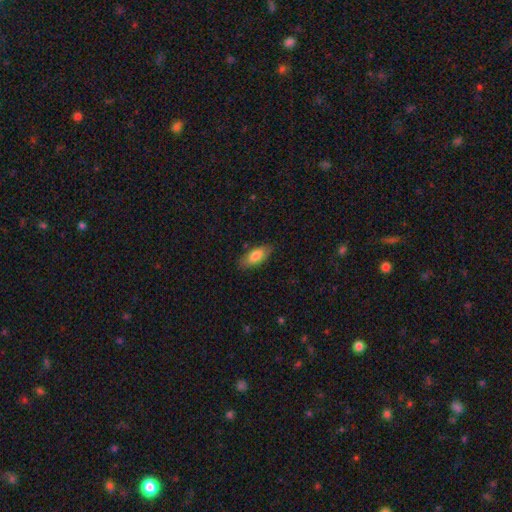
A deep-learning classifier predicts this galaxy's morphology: type=smooth (80%); roundness=in between (82%); merging=none (83%).